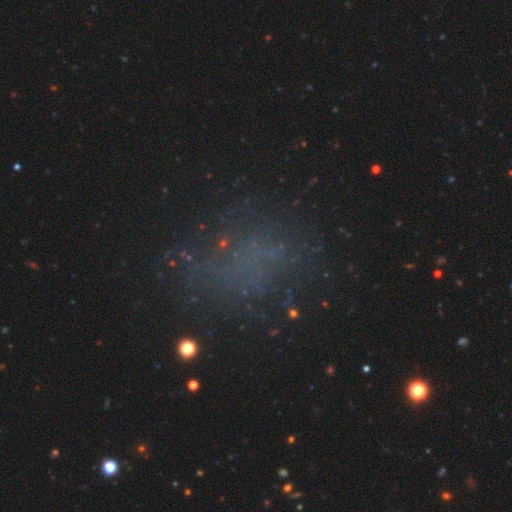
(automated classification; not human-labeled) Overall: star or artifact (38%, tied with smooth).